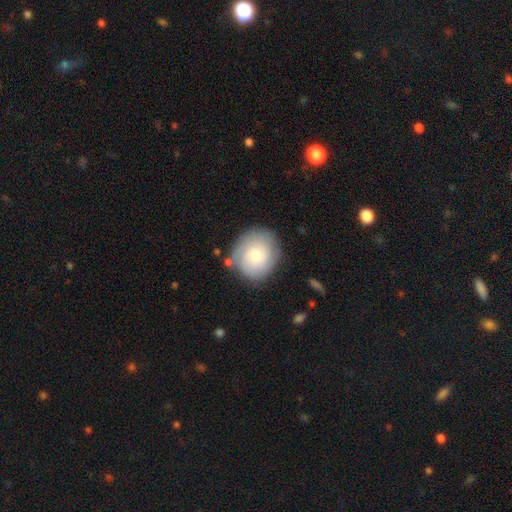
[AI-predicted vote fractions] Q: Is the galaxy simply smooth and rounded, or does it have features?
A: smooth — 64%.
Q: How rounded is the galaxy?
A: round — 80%.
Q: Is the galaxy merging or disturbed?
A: none — 72%.